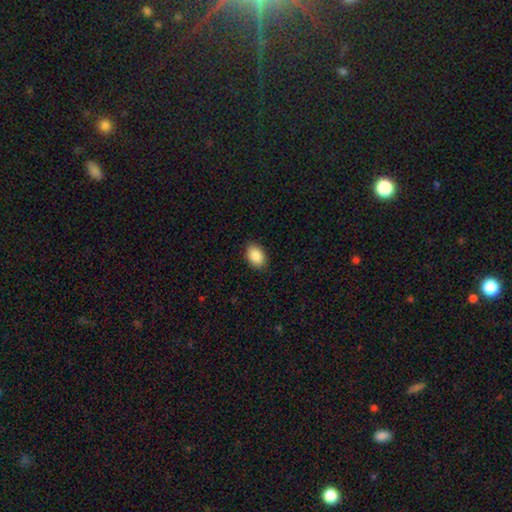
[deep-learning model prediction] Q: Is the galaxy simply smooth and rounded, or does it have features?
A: smooth — 90%.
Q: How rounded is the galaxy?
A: in between — 85%.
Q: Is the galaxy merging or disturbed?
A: none — 88%.